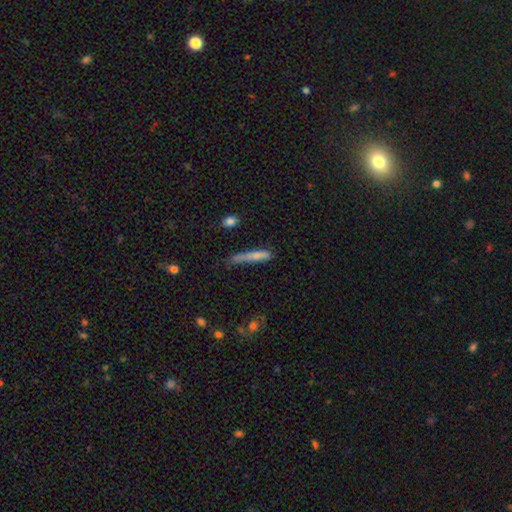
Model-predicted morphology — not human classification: Smooth or featured? Predicted: smooth (p=0.70). How rounded? Predicted: cigar-shaped (p=0.90). Merging? Predicted: none (p=0.48).